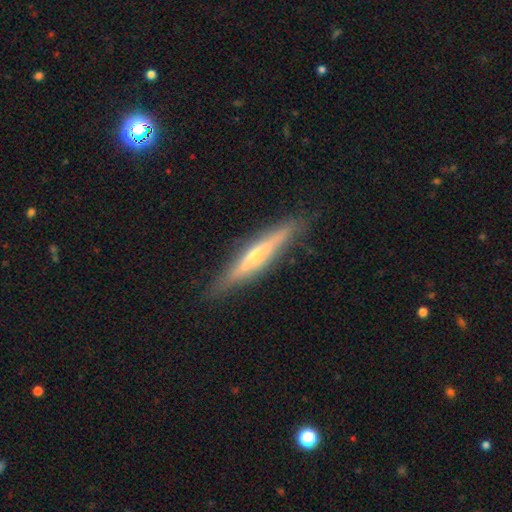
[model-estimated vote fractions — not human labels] Q: Smooth or featured?
A: featured or disk (66%); runner-up: smooth (28%)
Q: Edge-on disk?
A: yes (94%); runner-up: no (6%)
Q: Edge-on bulge?
A: rounded (74%); runner-up: none (19%)
Q: Merging?
A: none (87%); runner-up: minor disturbance (10%)